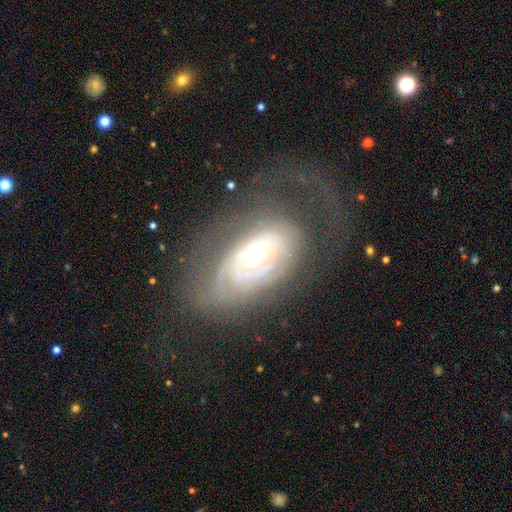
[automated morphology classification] featured or disk 81%, smooth 13%, star or artifact 6%. Down the decision tree: edge-on disk — no (94%); bar — no (75%); spiral arms — yes (80%); spiral arm count — can't tell (44%); spiral winding — tight (64%); bulge size — moderate (60%); merging — none (51%).